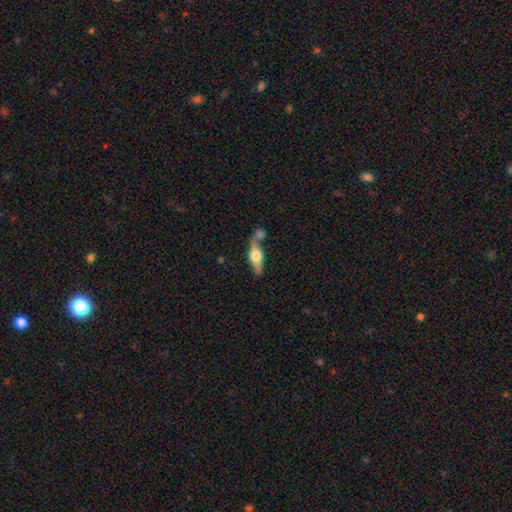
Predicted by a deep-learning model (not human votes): Smooth or featured: featured or disk — 51% (smooth — 43%)
Edge-on disk: yes — 82% (no — 18%)
Merging: none — 46% (merger — 31%)